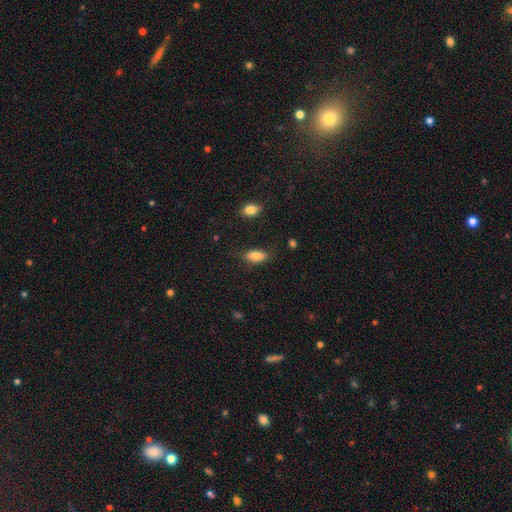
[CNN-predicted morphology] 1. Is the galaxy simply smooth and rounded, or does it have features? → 81% smooth, 11% featured or disk, 8% star or artifact.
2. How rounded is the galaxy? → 86% in between, 11% cigar-shaped, 4% round.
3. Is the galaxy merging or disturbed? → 76% none, 18% minor disturbance, 5% major disturbance, 2% merger.